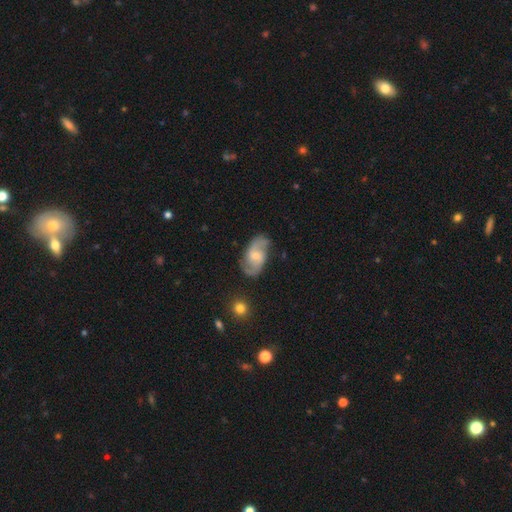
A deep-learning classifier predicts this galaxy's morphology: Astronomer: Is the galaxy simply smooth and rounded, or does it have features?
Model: featured or disk — 81%.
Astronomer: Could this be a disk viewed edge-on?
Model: no — 97%.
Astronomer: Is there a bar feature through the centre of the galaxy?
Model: weak — 50% (runner-up: no, 40%).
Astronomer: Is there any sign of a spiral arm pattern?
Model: yes — 95%.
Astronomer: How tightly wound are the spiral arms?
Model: medium — 50% (runner-up: loose, 34%).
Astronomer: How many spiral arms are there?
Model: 2 — 91%.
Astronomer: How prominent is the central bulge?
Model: small — 49% (runner-up: moderate, 42%).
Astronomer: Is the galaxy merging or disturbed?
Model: none — 76%.